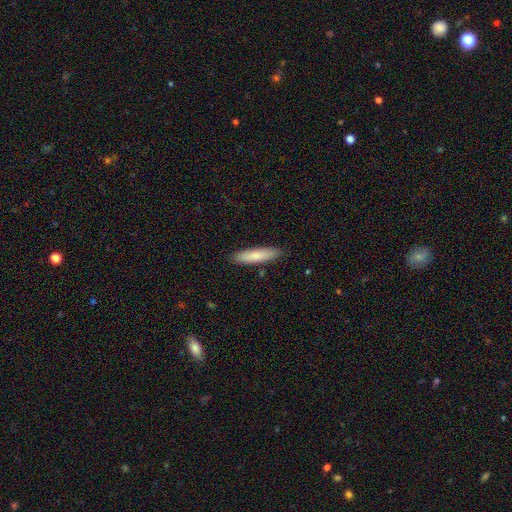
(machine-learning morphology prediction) This is likely a smooth galaxy (79%). How rounded: likely cigar-shaped (78%). Merging: clearly none (89%).